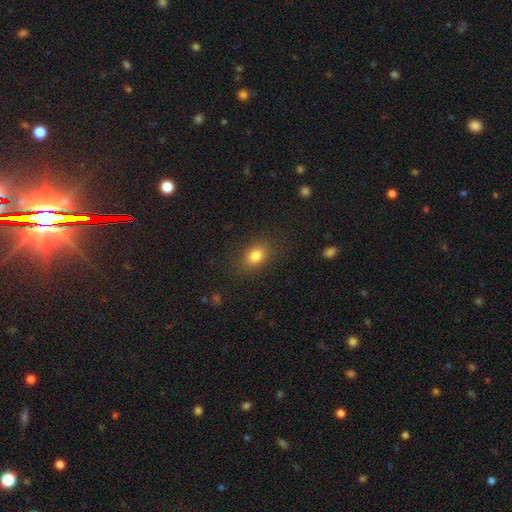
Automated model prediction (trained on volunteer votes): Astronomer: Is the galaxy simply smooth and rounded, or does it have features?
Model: smooth — 82%.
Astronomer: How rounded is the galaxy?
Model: in between — 71%.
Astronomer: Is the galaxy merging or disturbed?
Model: none — 84%.